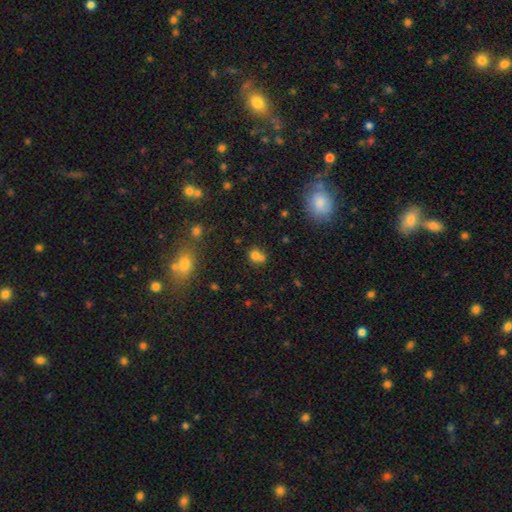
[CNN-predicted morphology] This is likely a smooth galaxy (72%). How rounded: likely round (70%). Merging: marginally merger (44%).